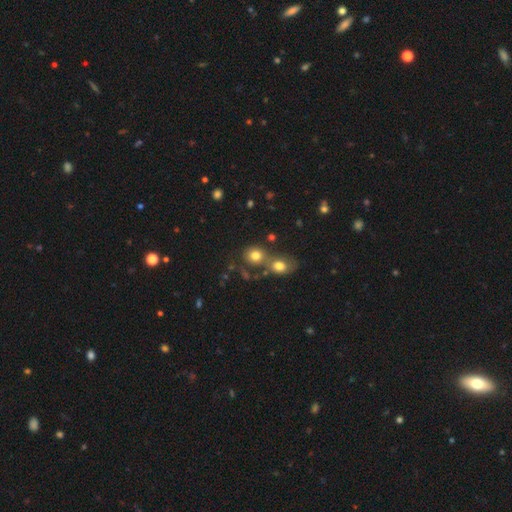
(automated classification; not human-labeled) smooth_or_featured: smooth (p=0.77) [alt: star or artifact p=0.12]
how_rounded: round (p=0.73) [alt: in between p=0.25]
merging: merger (p=0.45) [alt: none p=0.42]